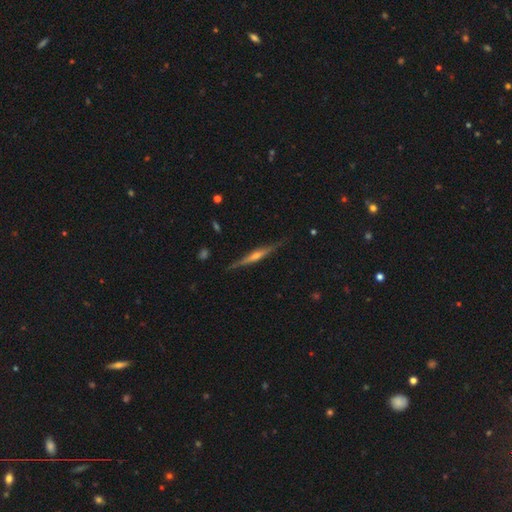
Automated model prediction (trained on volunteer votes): smooth-or-featured: featured or disk: 79% | smooth: 15% | star or artifact: 6%
  disk-edge-on: yes: 98% | no: 2%
    edge-on-bulge: rounded: 80% | none: 13% | boxy: 8%
  merging: none: 87% | minor disturbance: 10% | major disturbance: 2% | merger: 1%